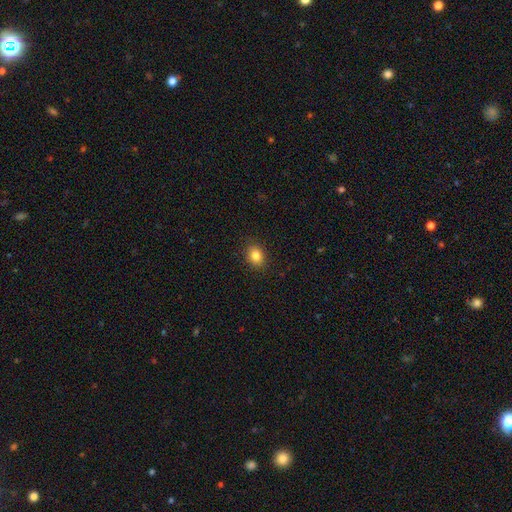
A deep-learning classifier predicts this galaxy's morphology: type=smooth (84%); roundness=in between (58%); merging=none (88%).